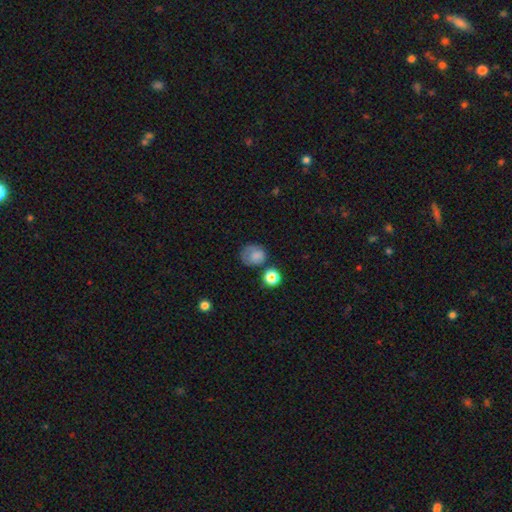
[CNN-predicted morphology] A smooth galaxy with no disk features (74%) that is round (70%).

Vote fractions:
- Smooth or featured? smooth: 74% / featured or disk: 14% / star or artifact: 12%
- How rounded? round: 70% / in between: 29% / cigar-shaped: 1%
- Merging? none: 50% / minor disturbance: 25% / major disturbance: 16% / merger: 9%